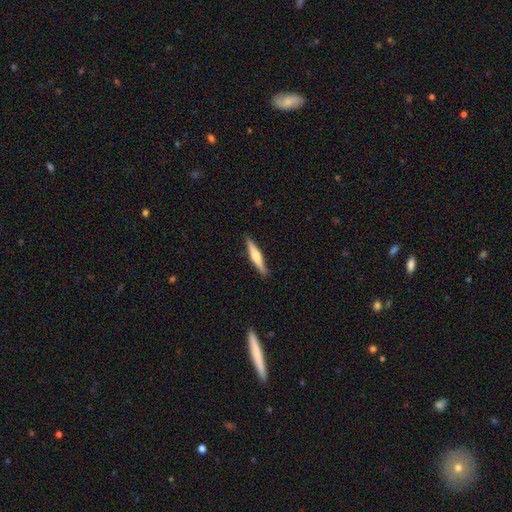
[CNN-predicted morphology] A featured or disk galaxy (54%) viewed edge-on (97%) with a rounded central bulge (81%). Merging: none (89%).